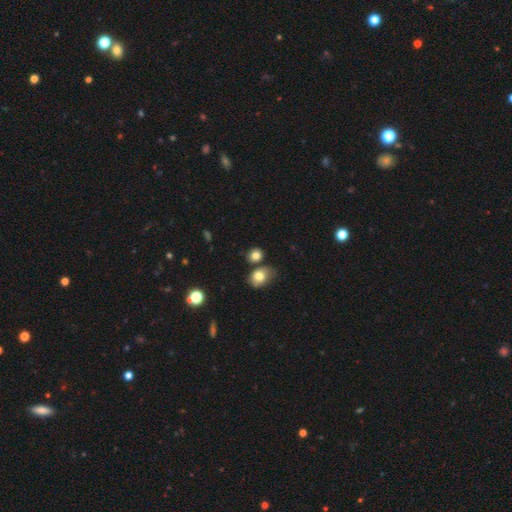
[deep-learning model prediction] This appears to be a smooth galaxy with no disk features (81%) that is round (61%). Merging: none (63%).